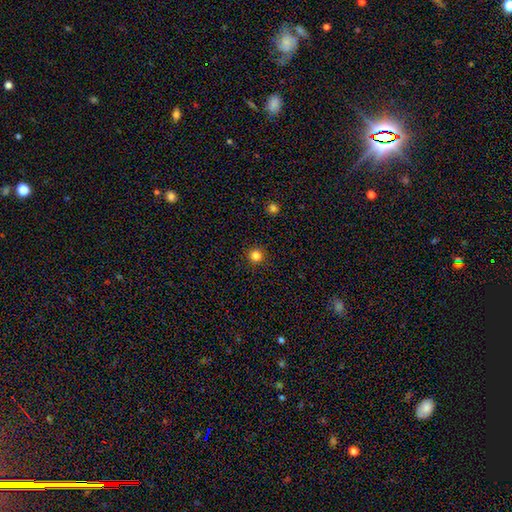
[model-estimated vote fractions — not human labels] The model was most divided on "smooth or featured": smooth: 83%, star or artifact: 13%, featured or disk: 4%. More confident: how rounded — round (95%); merging — none (92%).